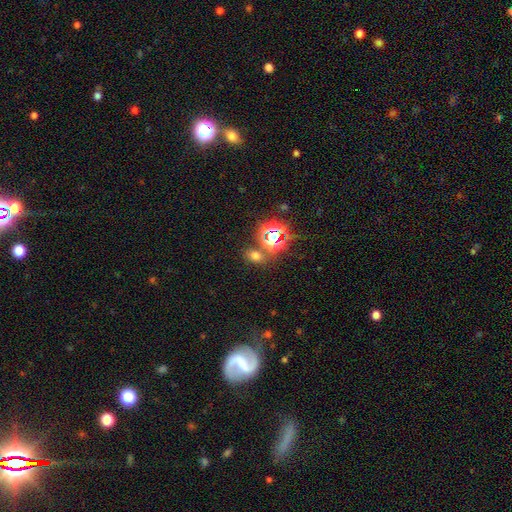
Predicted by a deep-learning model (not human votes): Q: Smooth or featured?
A: smooth (55%); runner-up: star or artifact (37%)
Q: How rounded?
A: in between (67%); runner-up: round (31%)
Q: Merging?
A: none (73%); runner-up: merger (13%)